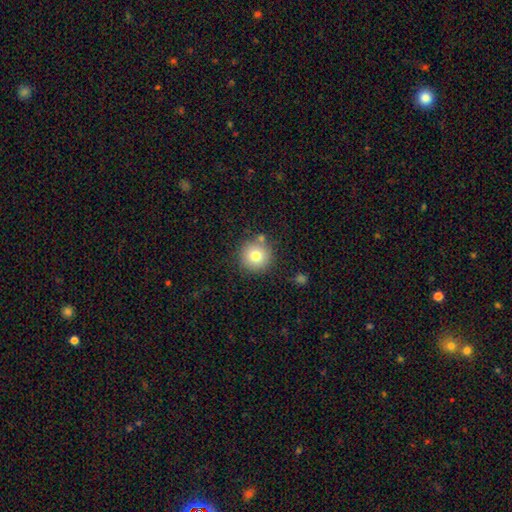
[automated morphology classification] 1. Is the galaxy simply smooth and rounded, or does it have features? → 76% smooth, 12% featured or disk, 12% star or artifact.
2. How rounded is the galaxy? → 95% round, 4% in between, 1% cigar-shaped.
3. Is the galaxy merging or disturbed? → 82% none, 9% minor disturbance, 6% merger, 3% major disturbance.